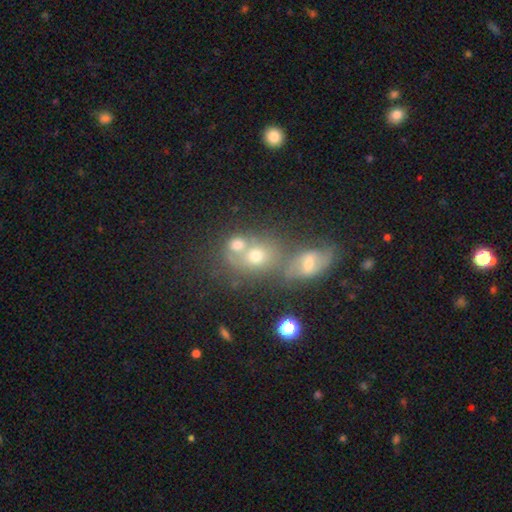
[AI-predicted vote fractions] A smooth galaxy with no disk features (60%) that is round (58%). Merging: merger (51%).